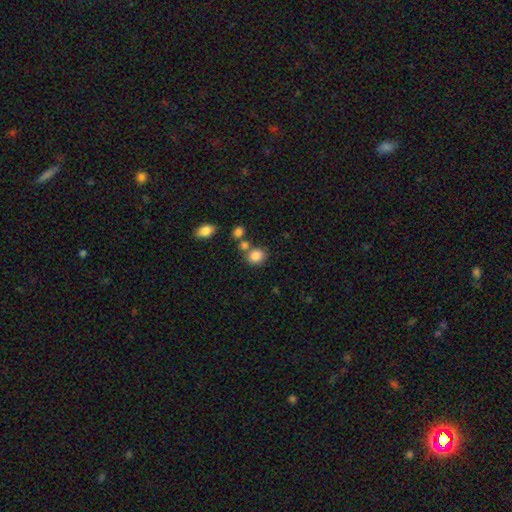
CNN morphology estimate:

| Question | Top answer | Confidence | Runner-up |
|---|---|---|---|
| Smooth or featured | smooth | 84% | star or artifact (10%) |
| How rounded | round | 65% | in between (34%) |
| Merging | none | 62% | merger (20%) |